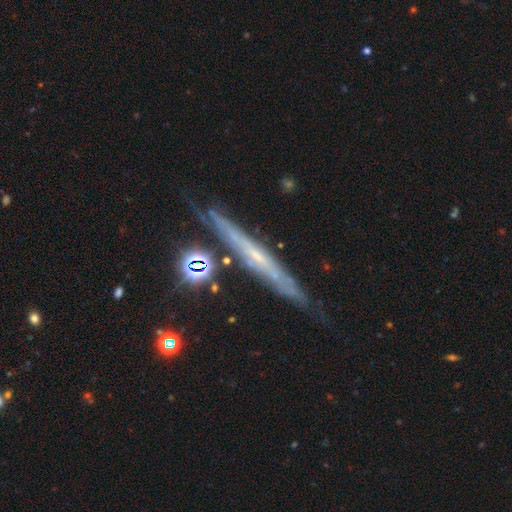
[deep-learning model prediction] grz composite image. It shows a featured or disk galaxy (71%) viewed edge-on (86%) with no central bulge (69%). Merging: none (74%).